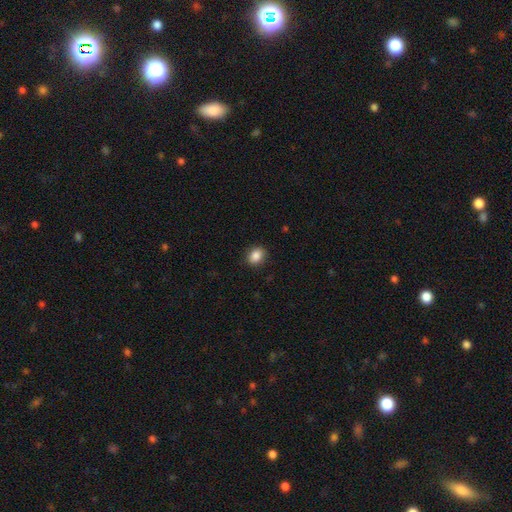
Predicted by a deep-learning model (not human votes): smooth 87%, star or artifact 9%, featured or disk 4%. Down the decision tree: how rounded — in between (53%); merging — none (88%).